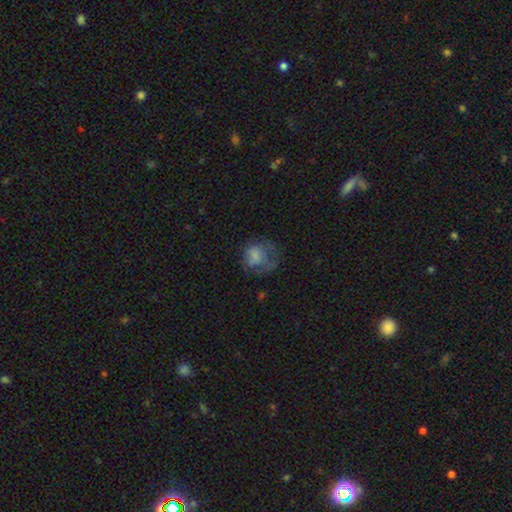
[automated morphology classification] This is likely a smooth galaxy (63%). How rounded: possibly round (59%). Merging: marginally major disturbance (39%).